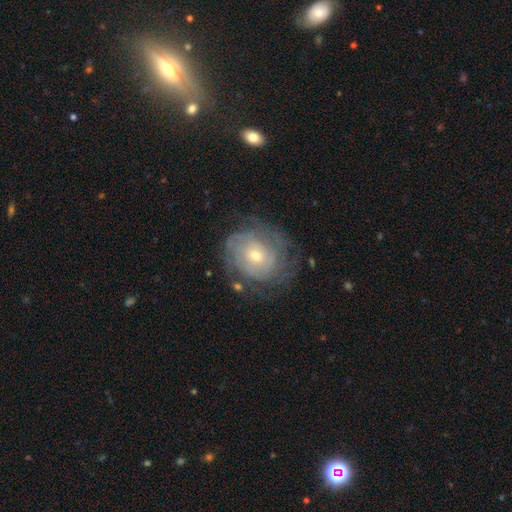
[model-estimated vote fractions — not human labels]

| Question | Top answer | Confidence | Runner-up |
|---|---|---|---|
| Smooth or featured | featured or disk | 77% | smooth (16%) |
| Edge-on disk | no | 97% | yes (3%) |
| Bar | no | 73% | weak (23%) |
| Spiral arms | yes | 88% | no (12%) |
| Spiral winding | tight | 72% | medium (20%) |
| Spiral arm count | can't tell | 52% | 2 (14%) |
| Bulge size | small | 54% | moderate (42%) |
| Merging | none | 69% | minor disturbance (18%) |